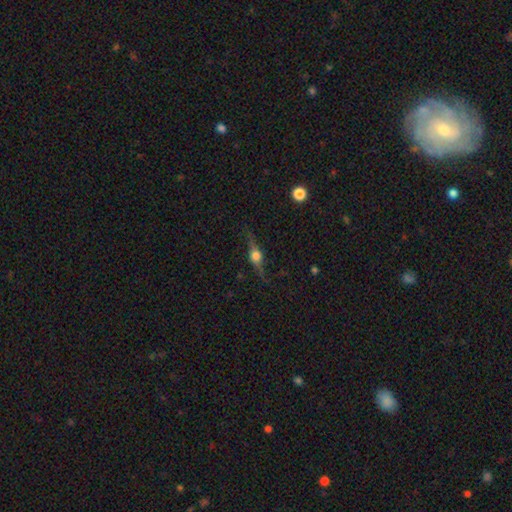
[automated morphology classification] This is likely a featured or disk galaxy (76%). It is clearly viewed edge-on (94%). Edge-on bulge: clearly rounded (95%). Merging: clearly none (81%).